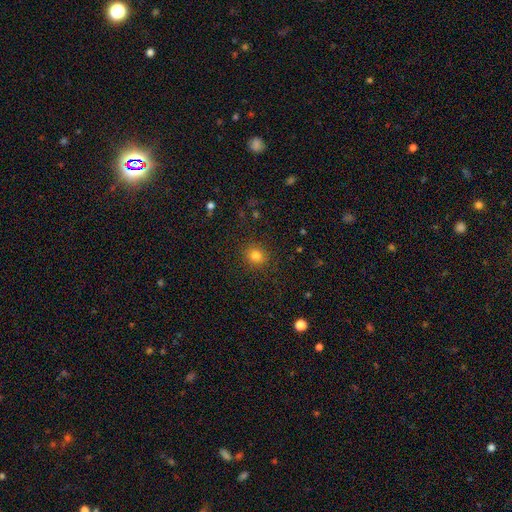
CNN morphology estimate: A smooth galaxy with no disk features (81%) that is round (84%). Merging: none (88%).